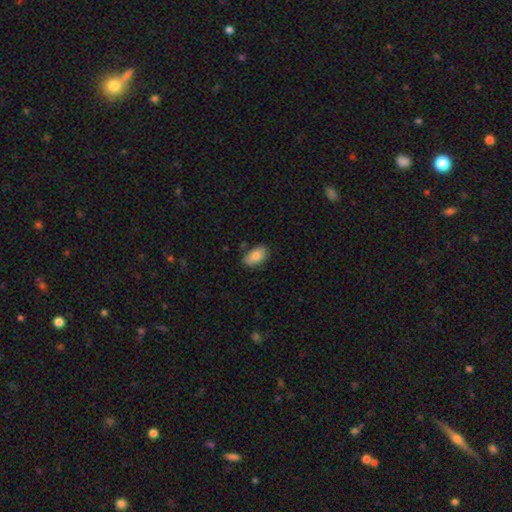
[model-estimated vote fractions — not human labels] Morphology: type=smooth (84%); roundness=in between (92%); merging=none (78%).